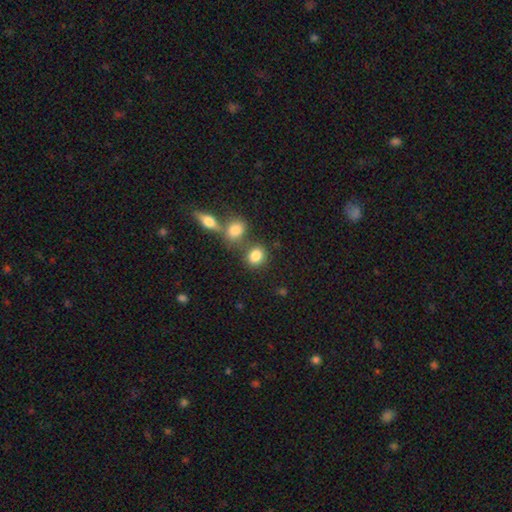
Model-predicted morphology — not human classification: This appears to be a smooth galaxy with no disk features (84%) that is round (61%). Merging: none (59%).